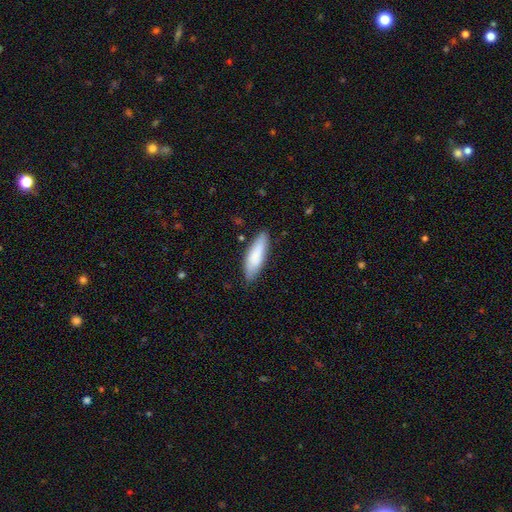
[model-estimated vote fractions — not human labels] Smooth or featured?
  - smooth: 81% *
  - featured or disk: 13%
  - star or artifact: 6%
How rounded?
  - in between: 53% *
  - cigar-shaped: 46%
  - round: 1%
Merging?
  - none: 77% *
  - minor disturbance: 18%
  - major disturbance: 3%
  - merger: 2%